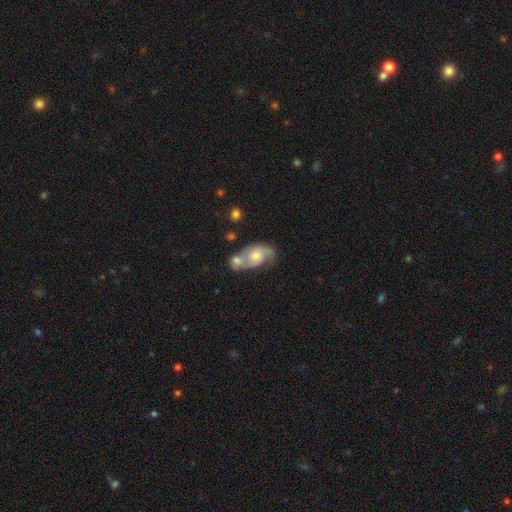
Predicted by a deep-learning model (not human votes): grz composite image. It shows a featured or disk galaxy (71%) with no bar (69%), 2 (82%) medium (49%) spiral arms (90%) and a moderate central bulge (49%). Merging: merger (39%).